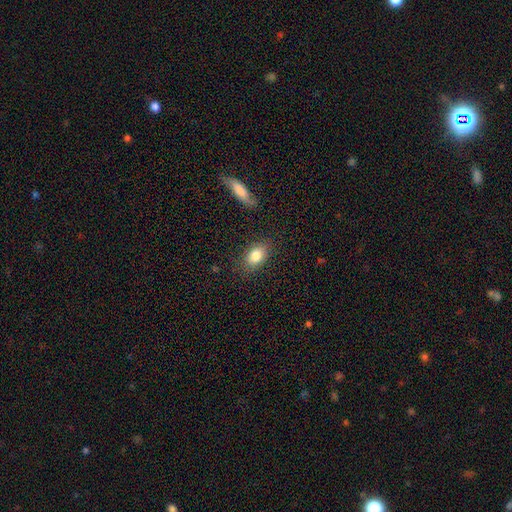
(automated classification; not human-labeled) This appears to be a smooth galaxy with no disk features (82%) that is in between round and cigar-shaped (83%). Merging: none (83%).